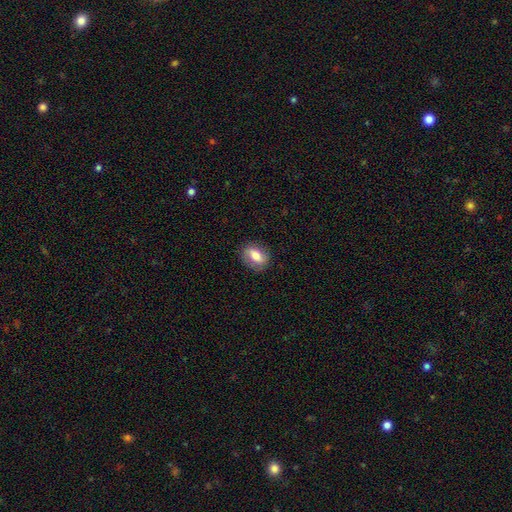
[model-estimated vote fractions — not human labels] Morphology: type=smooth (66%); roundness=in between (70%); merging=none (83%).